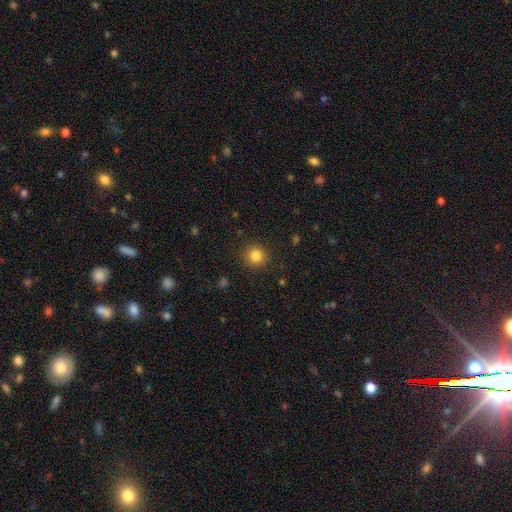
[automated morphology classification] Q: Smooth or featured?
A: smooth (83%); runner-up: star or artifact (12%)
Q: How rounded?
A: round (93%); runner-up: in between (6%)
Q: Merging?
A: none (90%); runner-up: minor disturbance (6%)